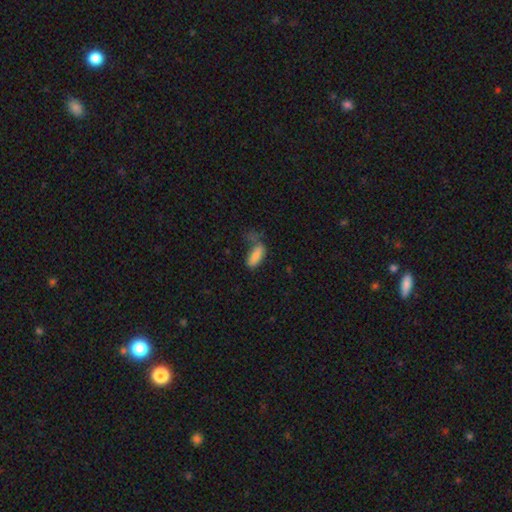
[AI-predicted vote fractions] Smooth or featured? smooth (81%)
How rounded? in between (73%)
Merging? none (41%)